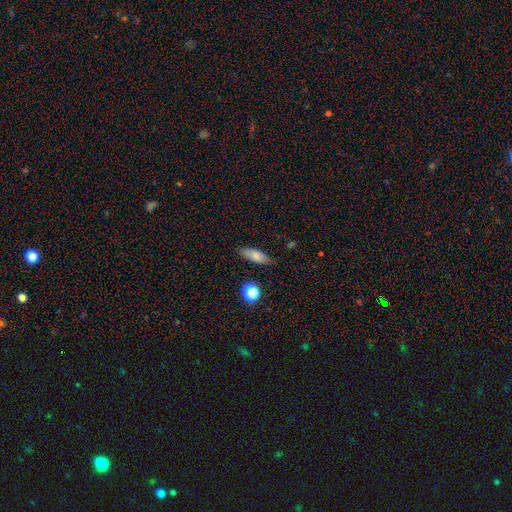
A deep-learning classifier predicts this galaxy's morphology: The model was most divided on "how rounded": in between: 64%, cigar-shaped: 32%, round: 4%. More confident: merging — none (81%); smooth or featured — smooth (75%).